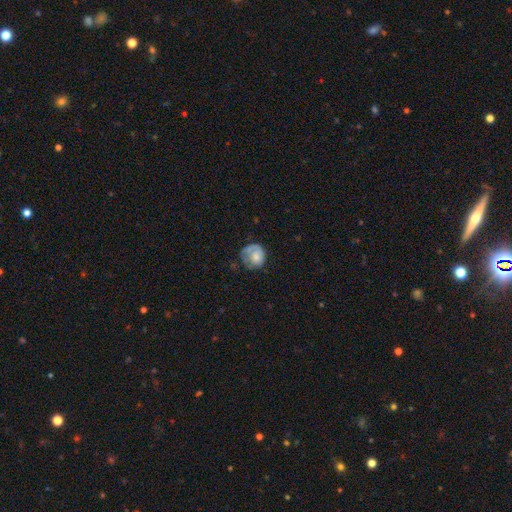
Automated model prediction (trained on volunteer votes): A smooth galaxy with no disk features (56%) that is round (75%).

Vote fractions:
- Smooth or featured? smooth: 56% / featured or disk: 37% / star or artifact: 7%
- How rounded? round: 75% / in between: 24% / cigar-shaped: 1%
- Merging? none: 45% / minor disturbance: 29% / major disturbance: 24% / merger: 2%